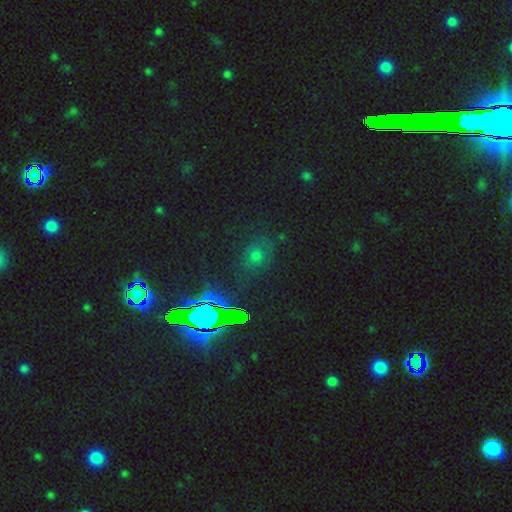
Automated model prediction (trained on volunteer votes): A star or artifact, not a galaxy (51%).